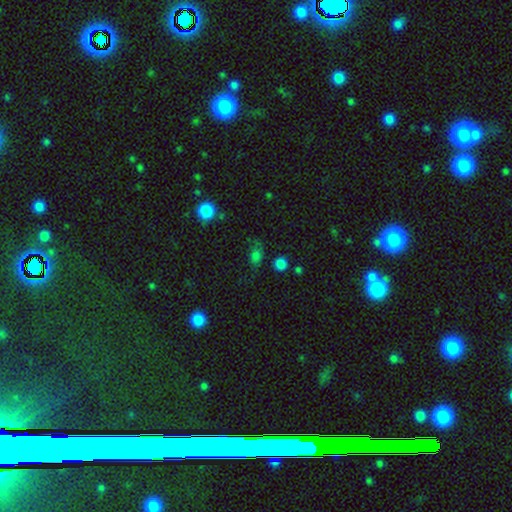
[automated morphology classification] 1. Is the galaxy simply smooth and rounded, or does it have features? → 70% smooth, 21% star or artifact, 9% featured or disk.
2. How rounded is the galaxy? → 53% in between, 44% round, 3% cigar-shaped.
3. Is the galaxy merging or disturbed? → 57% none, 24% minor disturbance, 15% major disturbance, 5% merger.